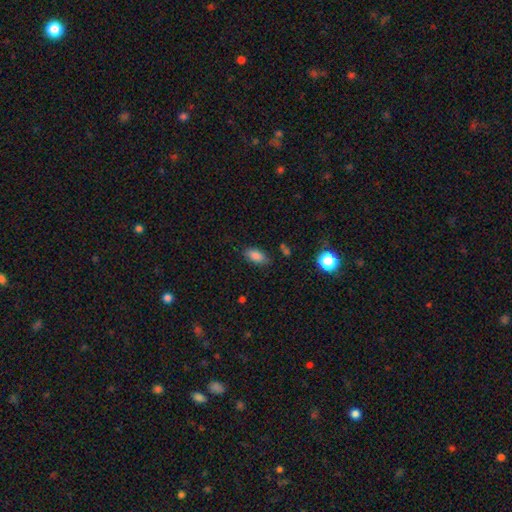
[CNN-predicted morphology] smooth_or_featured: smooth (p=0.85) [alt: star or artifact p=0.09]
how_rounded: in between (p=0.88) [alt: cigar-shaped p=0.08]
merging: none (p=0.81) [alt: minor disturbance p=0.14]